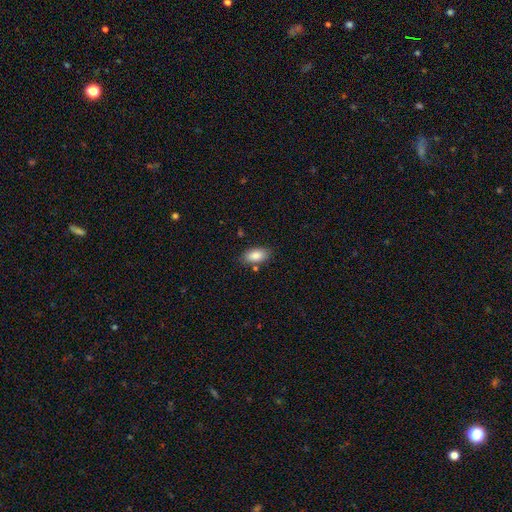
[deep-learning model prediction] smooth-or-featured: smooth: 86% | star or artifact: 7% | featured or disk: 7%
  how-rounded: in between: 92% | cigar-shaped: 5% | round: 3%
  merging: none: 80% | minor disturbance: 13% | merger: 4% | major disturbance: 3%